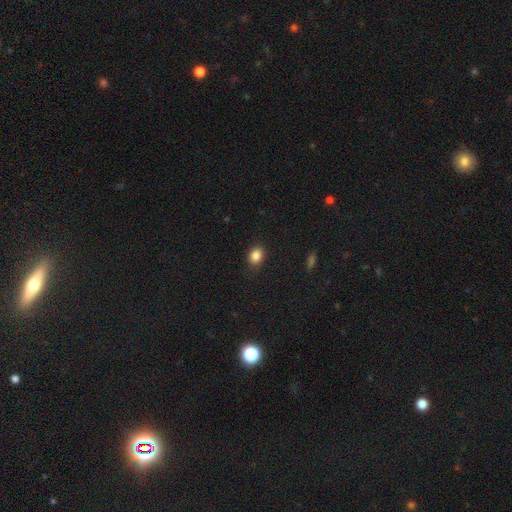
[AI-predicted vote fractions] smooth_or_featured: smooth (p=0.85) [alt: star or artifact p=0.10]
how_rounded: in between (p=0.51) [alt: round p=0.47]
merging: none (p=0.85) [alt: minor disturbance p=0.12]